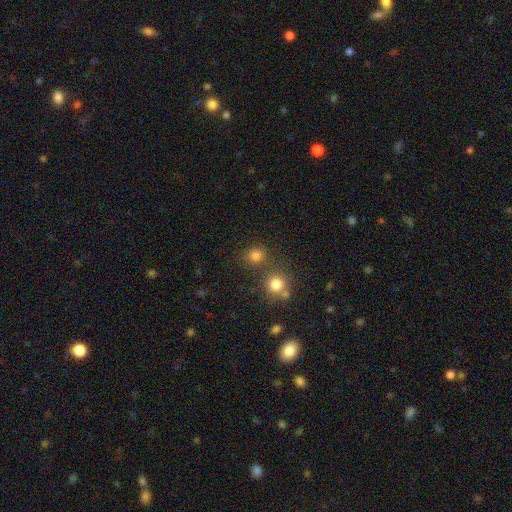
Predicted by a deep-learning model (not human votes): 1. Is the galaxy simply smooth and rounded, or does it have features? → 79% smooth, 15% star or artifact, 6% featured or disk.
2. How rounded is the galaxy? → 81% round, 18% in between, 1% cigar-shaped.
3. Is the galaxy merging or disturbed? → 68% none, 19% merger, 9% minor disturbance, 4% major disturbance.